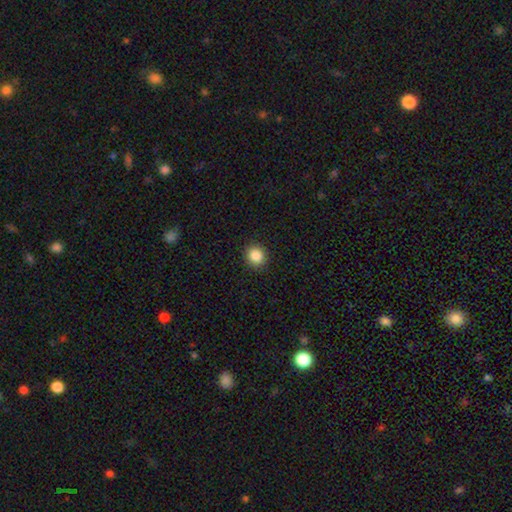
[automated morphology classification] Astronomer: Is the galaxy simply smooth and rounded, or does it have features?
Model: smooth — 87%.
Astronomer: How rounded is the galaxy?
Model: round — 84%.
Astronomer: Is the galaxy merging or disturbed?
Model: none — 92%.